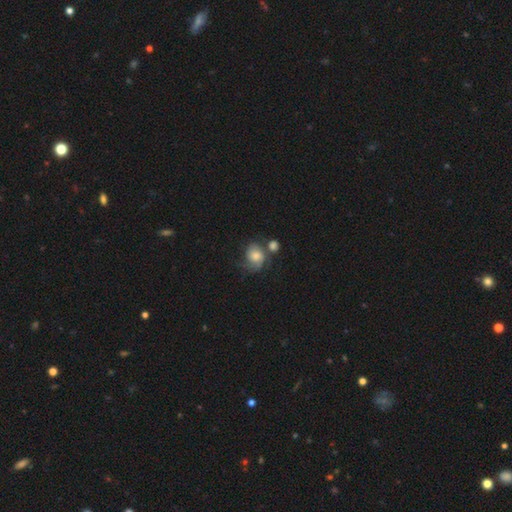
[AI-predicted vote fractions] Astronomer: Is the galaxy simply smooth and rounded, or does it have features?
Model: featured or disk — 45%, tied with smooth at 45%.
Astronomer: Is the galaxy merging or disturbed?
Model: none — 44% (runner-up: merger, 22%).